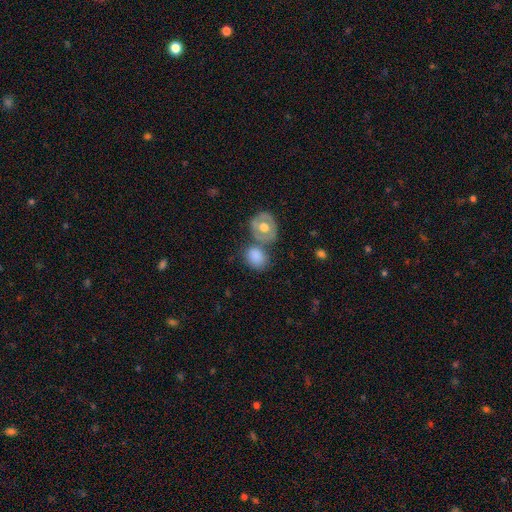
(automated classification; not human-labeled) smooth-or-featured: smooth: 77% | featured or disk: 16% | star or artifact: 7%
  how-rounded: in between: 52% | round: 47% | cigar-shaped: 1%
  merging: none: 48% | merger: 30% | minor disturbance: 16% | major disturbance: 6%